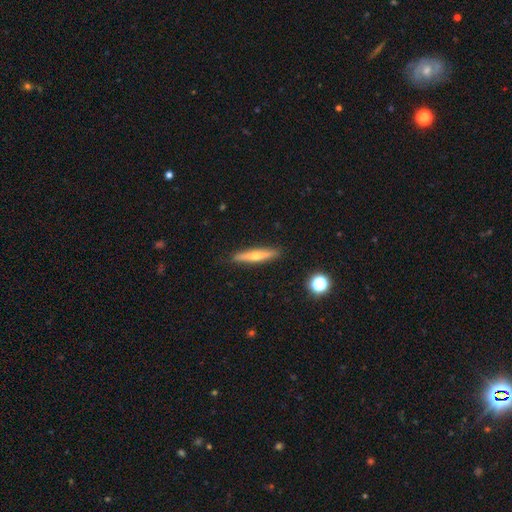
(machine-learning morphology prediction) This appears to be a featured or disk galaxy (51%) viewed edge-on (94%). Merging: none (90%).